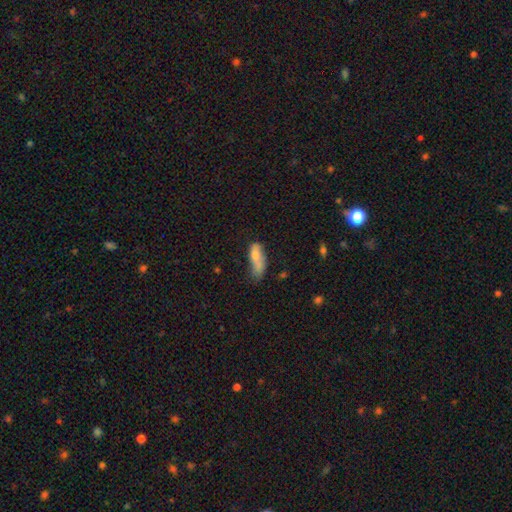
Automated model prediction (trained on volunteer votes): Smooth or featured: smooth — 67% (featured or disk — 24%)
How rounded: in between — 61% (cigar-shaped — 35%)
Merging: minor disturbance — 33% (tied with none — 33%)